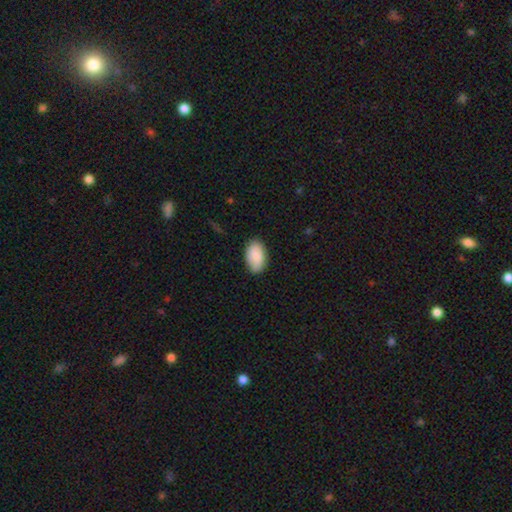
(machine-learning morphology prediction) smooth 87%, featured or disk 7%, star or artifact 6%. Down the decision tree: how rounded — in between (94%); merging — none (82%).